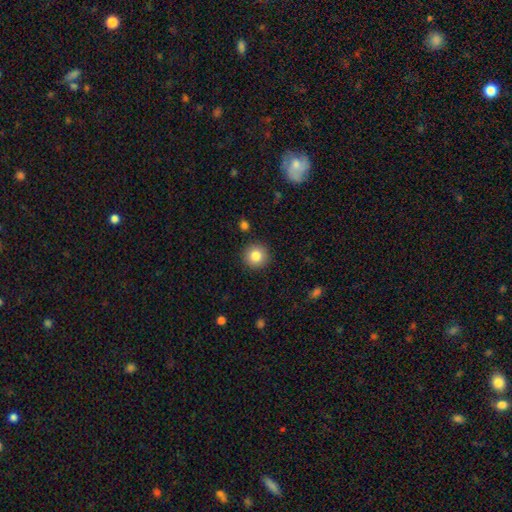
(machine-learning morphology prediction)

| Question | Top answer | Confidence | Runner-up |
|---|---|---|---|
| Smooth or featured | smooth | 83% | star or artifact (9%) |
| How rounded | round | 95% | in between (5%) |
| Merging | none | 91% | minor disturbance (6%) |